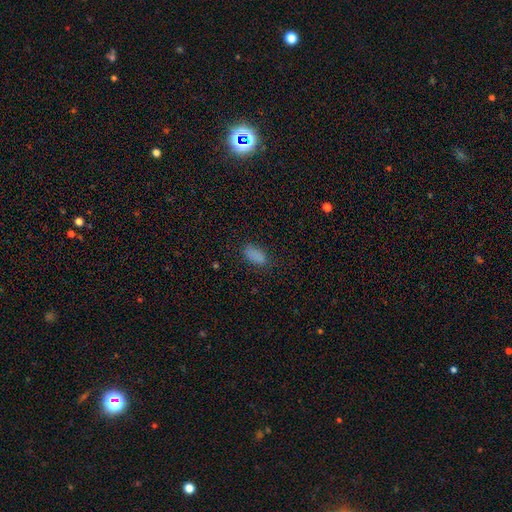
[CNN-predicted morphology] The model was most divided on "merging": none: 76%, minor disturbance: 17%, major disturbance: 6%, merger: 2%. More confident: how rounded — in between (92%); smooth or featured — smooth (82%).